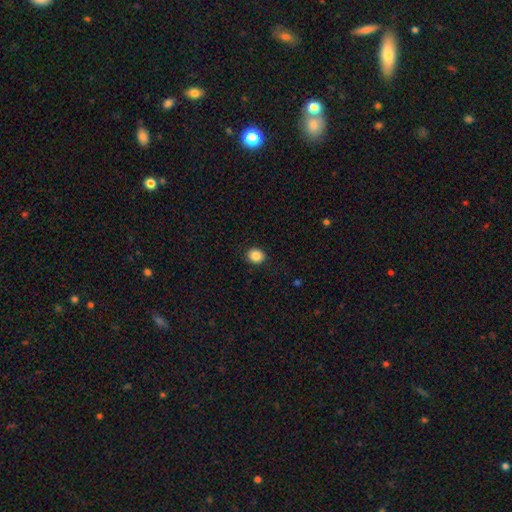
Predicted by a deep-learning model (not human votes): smooth-or-featured: smooth: 86% | star or artifact: 9% | featured or disk: 4%
  how-rounded: round: 69% | in between: 30% | cigar-shaped: 1%
  merging: none: 89% | minor disturbance: 7% | major disturbance: 2% | merger: 1%